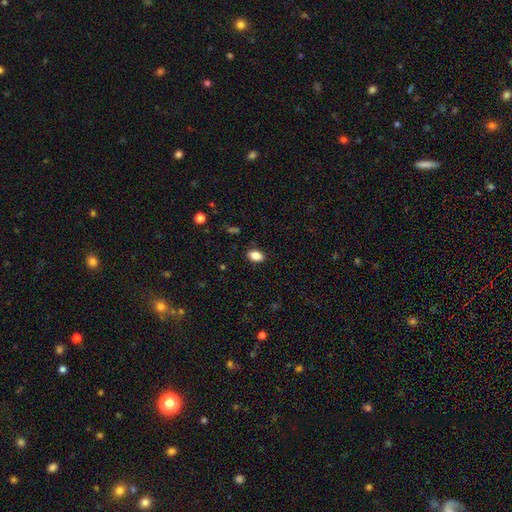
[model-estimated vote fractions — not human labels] A smooth galaxy with no disk features (86%) that is in between round and cigar-shaped (88%).

Vote fractions:
- Smooth or featured? smooth: 86% / star or artifact: 9% / featured or disk: 6%
- How rounded? in between: 88% / round: 10% / cigar-shaped: 2%
- Merging? none: 88% / minor disturbance: 9% / major disturbance: 2% / merger: 1%